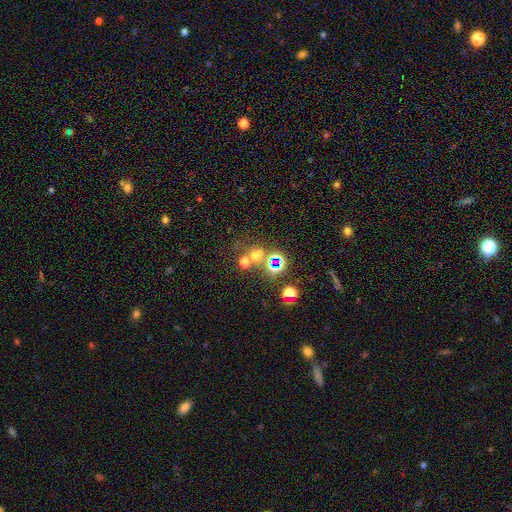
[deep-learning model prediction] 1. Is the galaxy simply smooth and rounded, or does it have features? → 44% star or artifact (tied), 44% smooth (tied), 12% featured or disk.